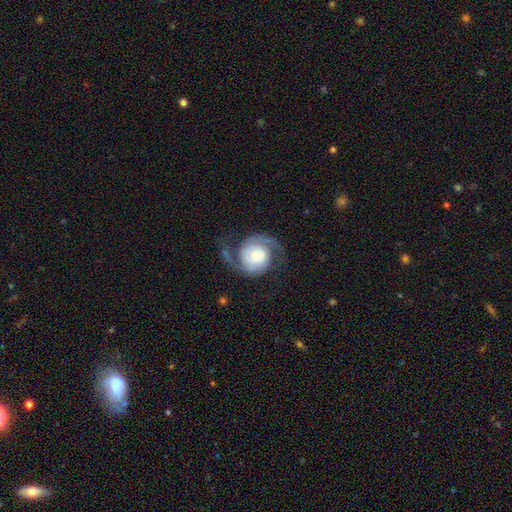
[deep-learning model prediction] The model was most divided on "bulge size": small: 40%, moderate: 23%, large: 18%, dominant: 12%, none: 7%. Remaining: edge-on disk — no (98%); spiral arms — yes (97%); spiral arm count — 2 (93%); smooth or featured — featured or disk (85%); bar — no (73%); merging — none (71%); spiral winding — medium (47%).